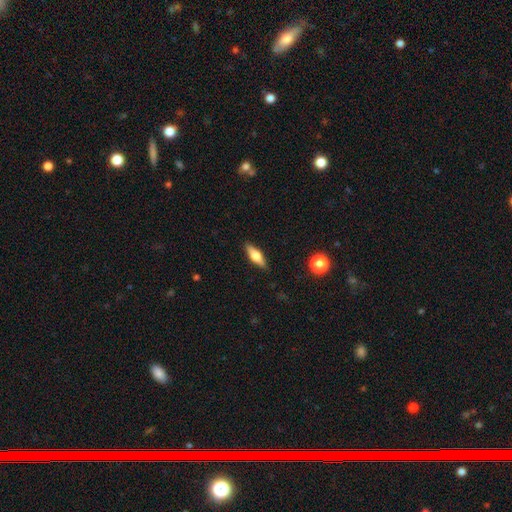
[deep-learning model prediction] smooth_or_featured: smooth (p=0.47) [alt: featured or disk p=0.46]
merging: none (p=0.89) [alt: minor disturbance p=0.08]